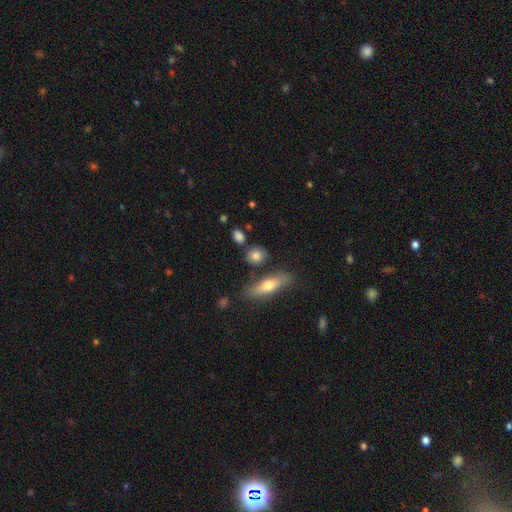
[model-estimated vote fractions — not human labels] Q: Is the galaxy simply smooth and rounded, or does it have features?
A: smooth — 80%.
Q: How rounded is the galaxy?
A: round — 61%.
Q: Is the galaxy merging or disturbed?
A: none — 76%.